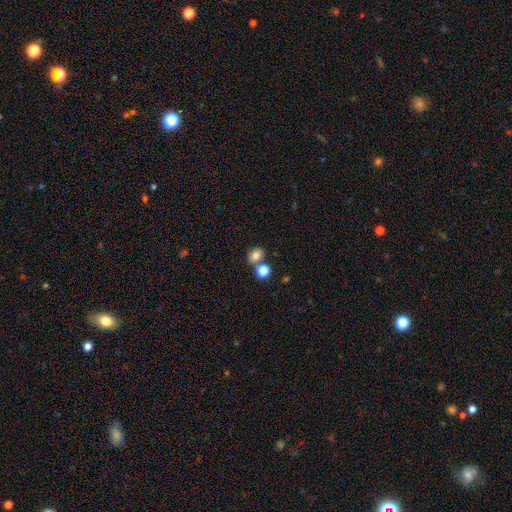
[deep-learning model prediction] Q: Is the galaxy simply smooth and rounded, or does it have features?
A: smooth — 80%.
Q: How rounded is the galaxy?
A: round — 52%.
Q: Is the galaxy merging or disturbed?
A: none — 65%.